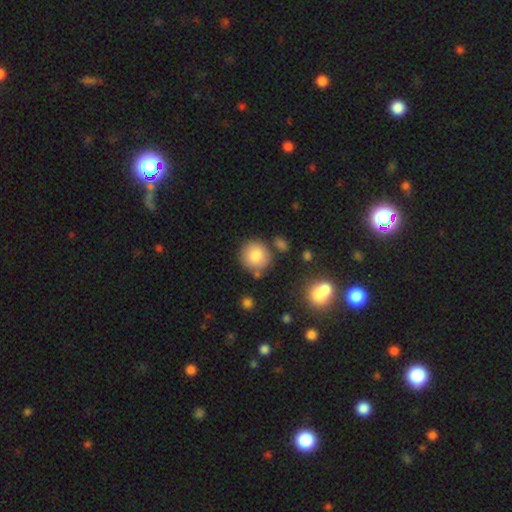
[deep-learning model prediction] Smooth or featured: smooth — 81% (featured or disk — 9%)
How rounded: round — 91% (in between — 8%)
Merging: none — 78% (minor disturbance — 11%)